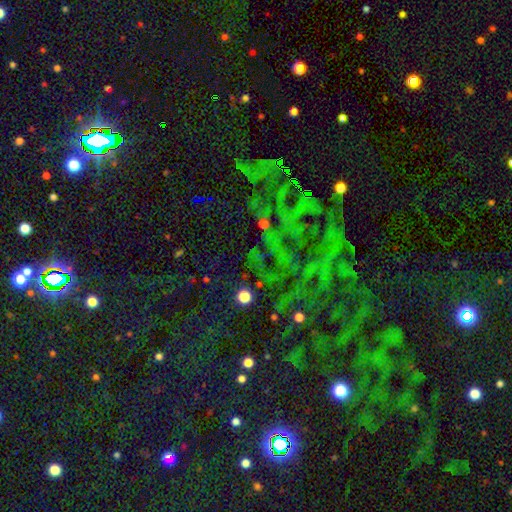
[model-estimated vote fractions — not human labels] Overall: star or artifact (76%).